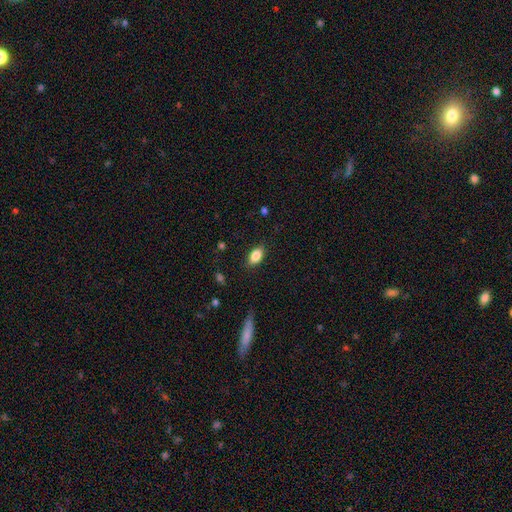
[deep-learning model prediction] smooth_or_featured: smooth (p=0.85) [alt: star or artifact p=0.08]
how_rounded: in between (p=0.89) [alt: round p=0.07]
merging: none (p=0.84) [alt: minor disturbance p=0.12]